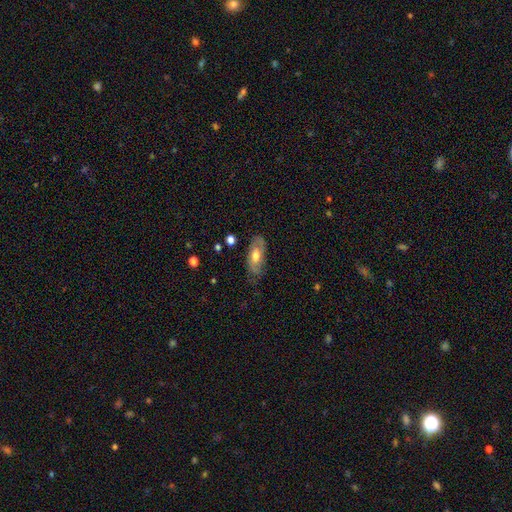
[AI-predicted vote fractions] A featured or disk galaxy (47%, tied with smooth). Merging: none (72%).